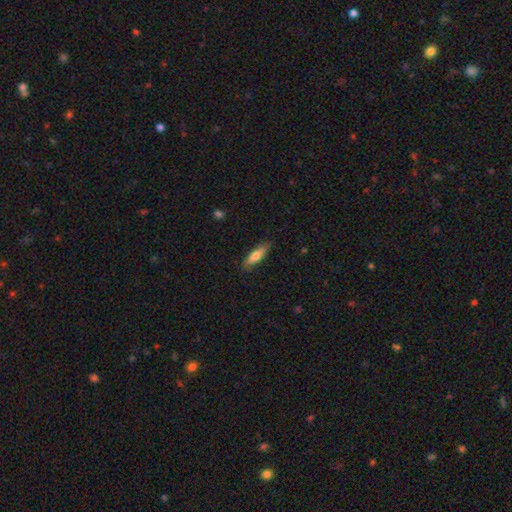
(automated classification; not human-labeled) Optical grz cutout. It shows a smooth galaxy with no disk features (66%) that is cigar-shaped (67%). Merging: none (85%).